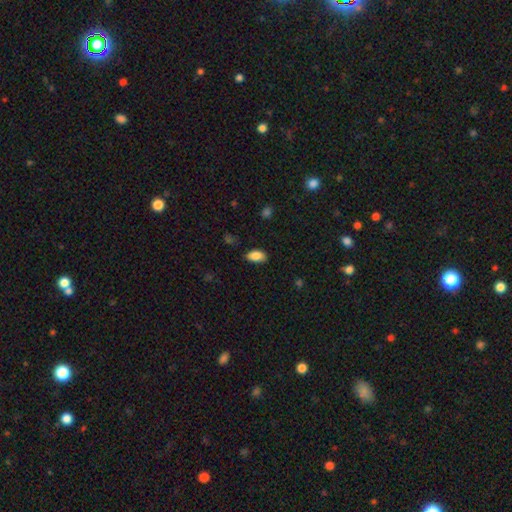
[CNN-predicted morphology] type=smooth (87%); roundness=in between (93%); merging=none (82%).